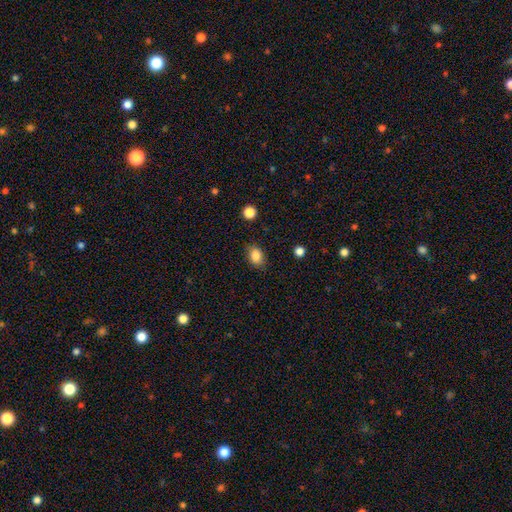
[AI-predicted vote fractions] This is clearly a smooth galaxy (85%). How rounded: likely in between (66%). Merging: clearly none (81%).